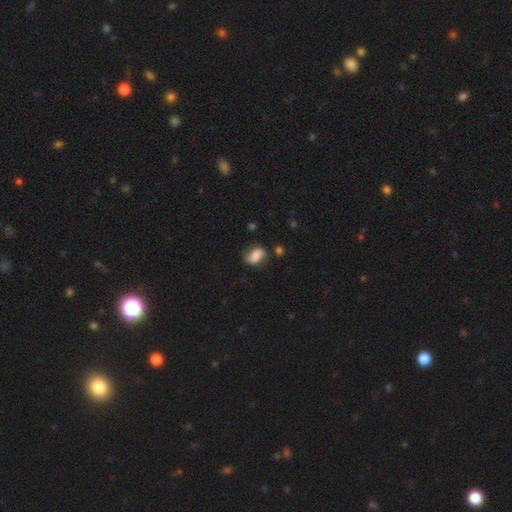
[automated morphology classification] smooth-or-featured: smooth: 68% | featured or disk: 23% | star or artifact: 9%
  how-rounded: in between: 82% | round: 15% | cigar-shaped: 3%
  merging: none: 60% | minor disturbance: 27% | major disturbance: 10% | merger: 4%